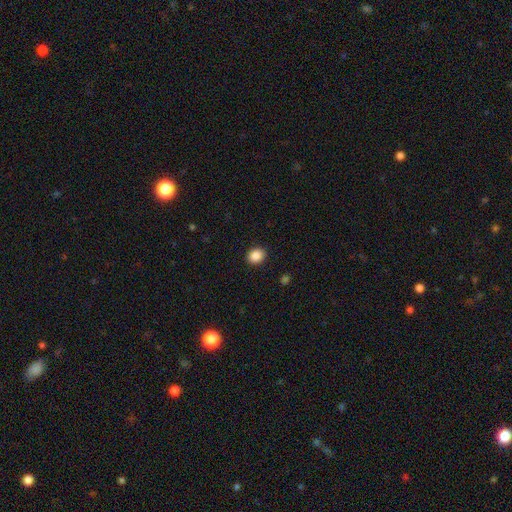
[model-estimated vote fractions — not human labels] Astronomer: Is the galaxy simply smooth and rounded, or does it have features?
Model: smooth — 87%.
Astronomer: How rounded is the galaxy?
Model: round — 66%.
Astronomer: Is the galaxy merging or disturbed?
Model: none — 91%.